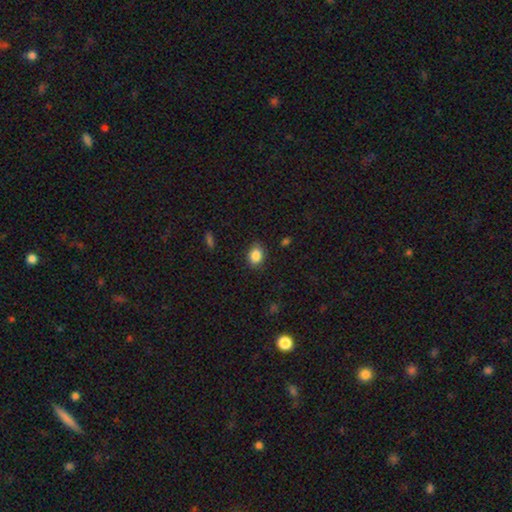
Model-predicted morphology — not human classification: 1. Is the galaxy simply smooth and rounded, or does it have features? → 86% smooth, 9% star or artifact, 5% featured or disk.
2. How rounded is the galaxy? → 57% in between, 42% round, 1% cigar-shaped.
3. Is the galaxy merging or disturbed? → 85% none, 11% minor disturbance, 3% major disturbance, 1% merger.